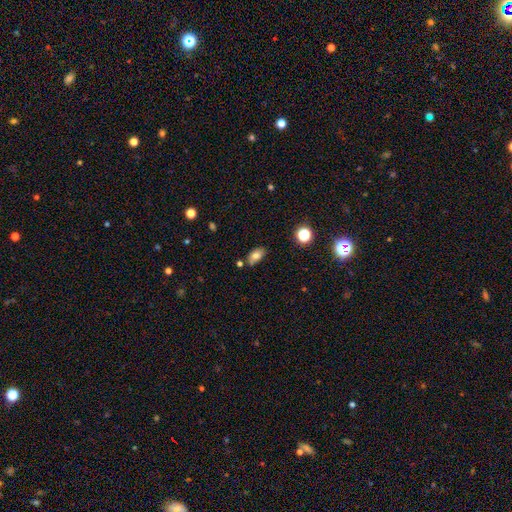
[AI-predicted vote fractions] Morphology: type=smooth (75%); roundness=in between (88%); merging=none (66%).